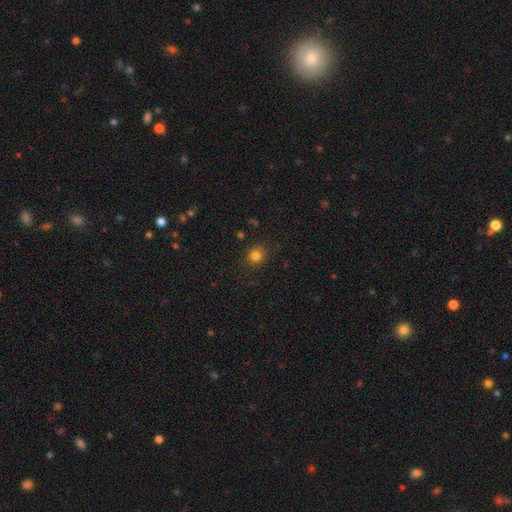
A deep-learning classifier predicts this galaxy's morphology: This is clearly a smooth galaxy (81%). How rounded: likely round (77%). Merging: clearly none (86%).